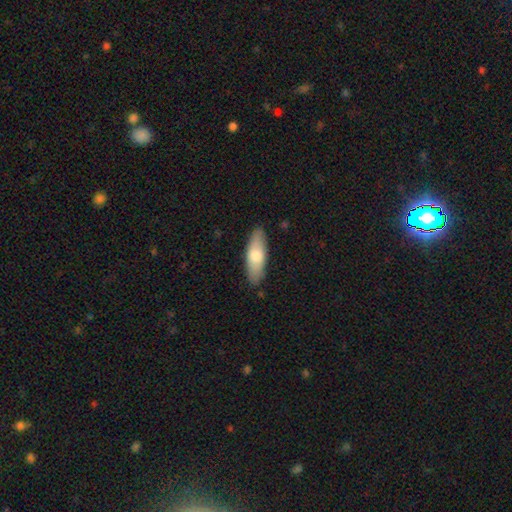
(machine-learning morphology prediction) smooth-or-featured: smooth: 74% | featured or disk: 21% | star or artifact: 5%
  how-rounded: in between: 64% | cigar-shaped: 34% | round: 2%
  merging: none: 87% | minor disturbance: 10% | major disturbance: 2% | merger: 1%